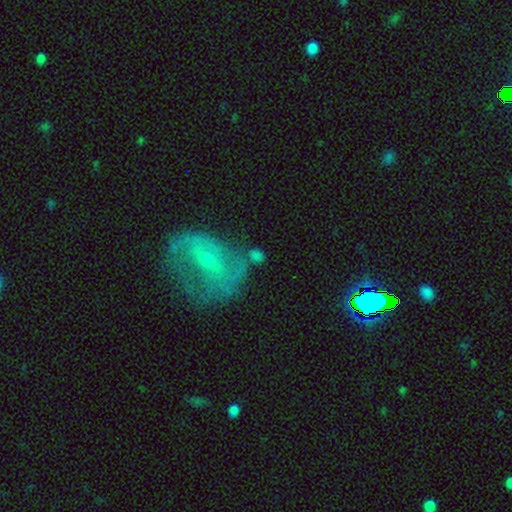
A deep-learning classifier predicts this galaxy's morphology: This is likely a smooth galaxy (63%). How rounded: possibly round (56%). Merging: likely none (61%).